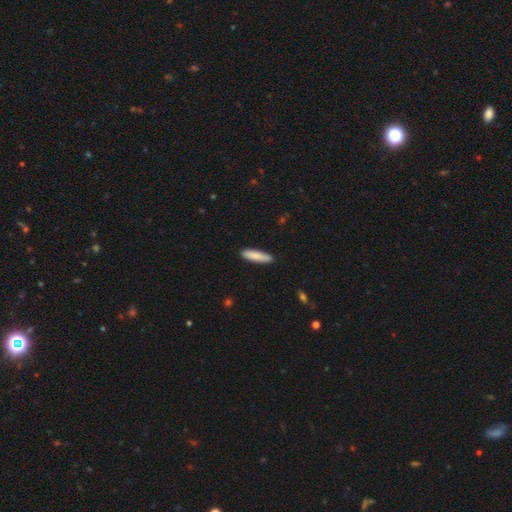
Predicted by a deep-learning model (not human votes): A smooth galaxy with no disk features (85%) that is cigar-shaped (75%).

Vote fractions:
- Smooth or featured? smooth: 85% / featured or disk: 10% / star or artifact: 5%
- How rounded? cigar-shaped: 75% / in between: 24% / round: 1%
- Merging? none: 89% / minor disturbance: 8% / major disturbance: 2% / merger: 1%